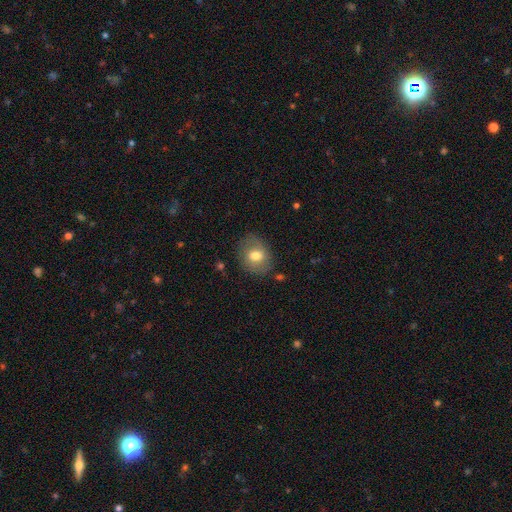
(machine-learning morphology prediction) smooth 70%, featured or disk 21%, star or artifact 8%. Down the decision tree: how rounded — round (55%); merging — none (80%).